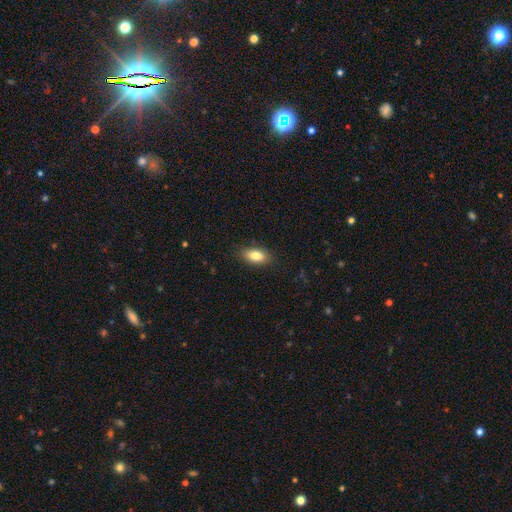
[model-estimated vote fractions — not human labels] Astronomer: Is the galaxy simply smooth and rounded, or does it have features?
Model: smooth — 83%.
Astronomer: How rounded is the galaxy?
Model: in between — 88%.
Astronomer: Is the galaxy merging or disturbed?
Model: none — 86%.